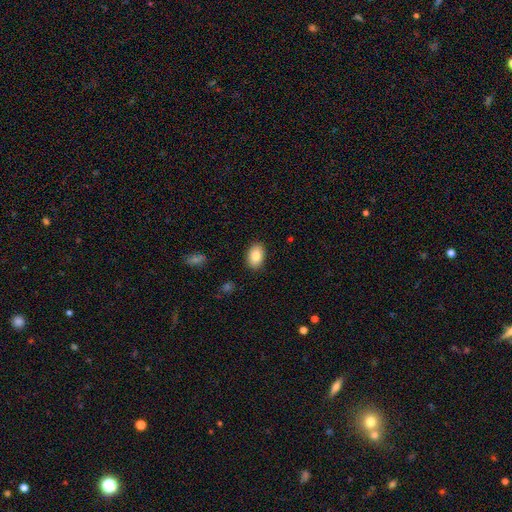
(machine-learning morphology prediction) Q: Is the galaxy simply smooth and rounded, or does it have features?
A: smooth — 85%.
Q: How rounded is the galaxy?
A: in between — 88%.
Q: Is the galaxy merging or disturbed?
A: none — 88%.